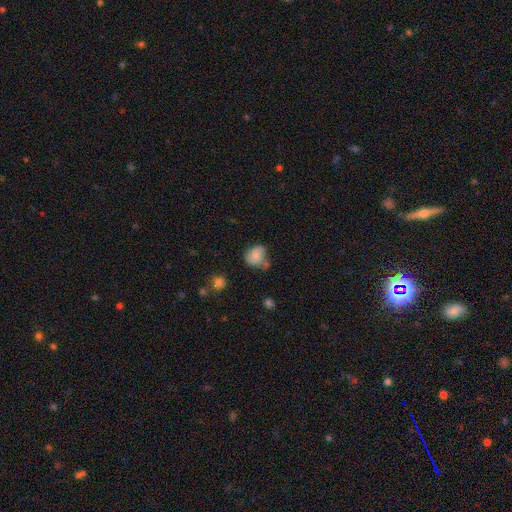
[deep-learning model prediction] The model was most divided on "merging": none: 48%, minor disturbance: 29%, merger: 13%, major disturbance: 10%. More confident: smooth or featured — smooth (63%); how rounded — round (63%).